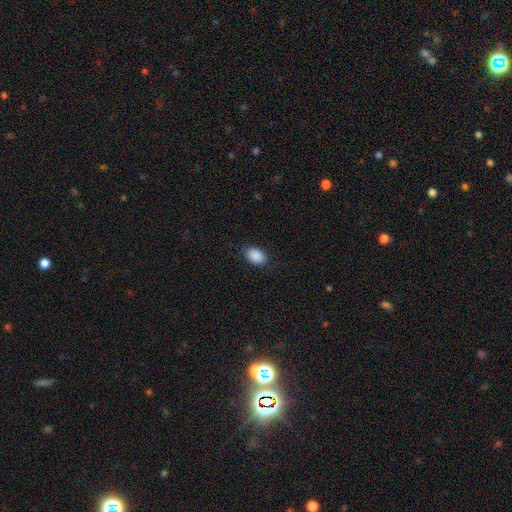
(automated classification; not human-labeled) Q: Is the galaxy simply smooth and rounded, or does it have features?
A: smooth — 90%.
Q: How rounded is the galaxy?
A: in between — 88%.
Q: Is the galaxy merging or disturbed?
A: none — 84%.